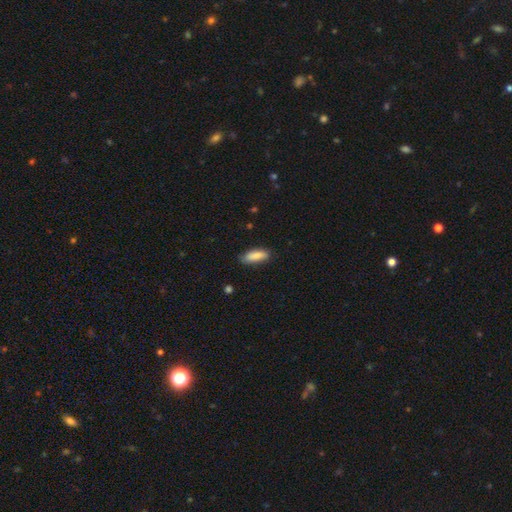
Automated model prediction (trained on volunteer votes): A smooth galaxy with no disk features (85%) that is in between round and cigar-shaped (66%). Merging: none (81%).